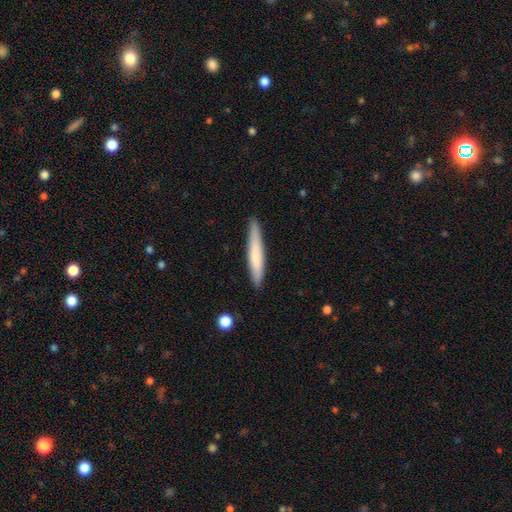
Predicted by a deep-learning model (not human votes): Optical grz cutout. It shows a smooth galaxy with no disk features (71%) that is cigar-shaped (93%). Merging: none (88%).